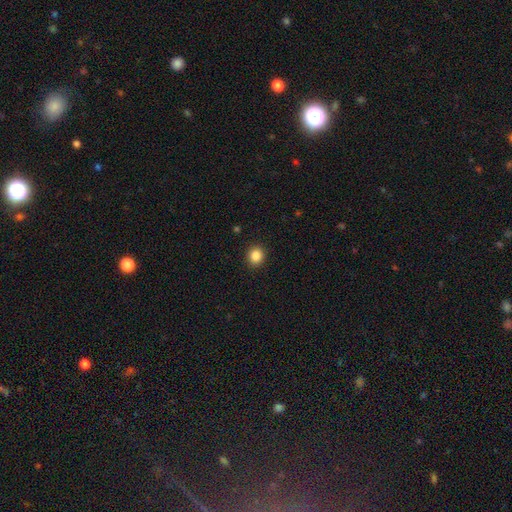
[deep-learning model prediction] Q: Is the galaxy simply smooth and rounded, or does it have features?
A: smooth — 86%.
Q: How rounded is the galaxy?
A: round — 85%.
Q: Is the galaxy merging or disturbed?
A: none — 92%.